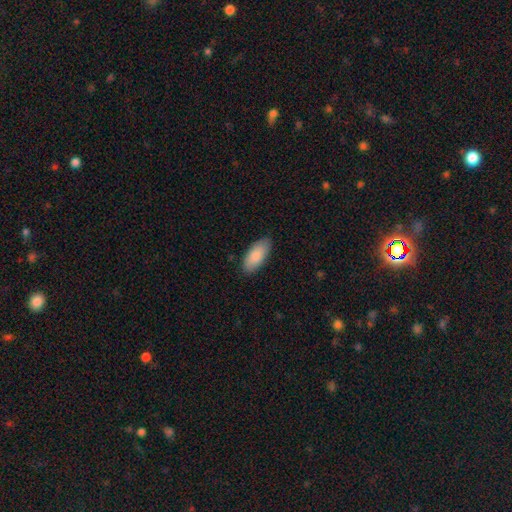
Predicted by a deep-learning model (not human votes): A smooth galaxy with no disk features (87%) that is in between round and cigar-shaped (89%). Merging: none (86%).